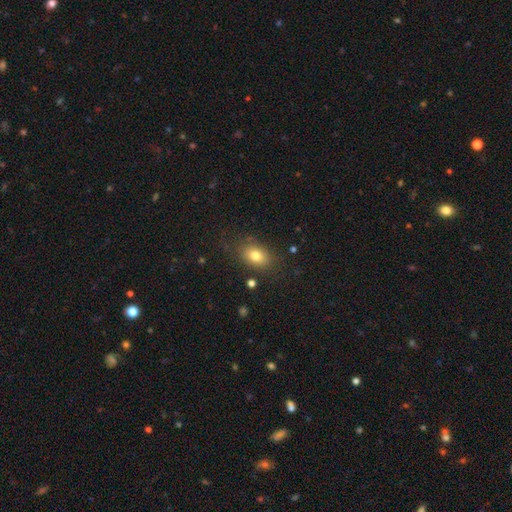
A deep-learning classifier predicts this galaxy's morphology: smooth_or_featured: smooth (p=0.79) [alt: featured or disk p=0.11]
how_rounded: in between (p=0.77) [alt: round p=0.22]
merging: none (p=0.79) [alt: minor disturbance p=0.14]